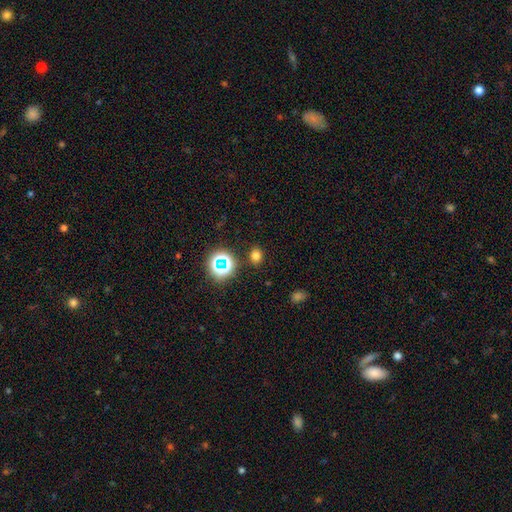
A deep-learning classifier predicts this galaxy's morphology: Smooth or featured: smooth — 71% (star or artifact — 23%)
How rounded: round — 61% (in between — 38%)
Merging: none — 86% (minor disturbance — 8%)